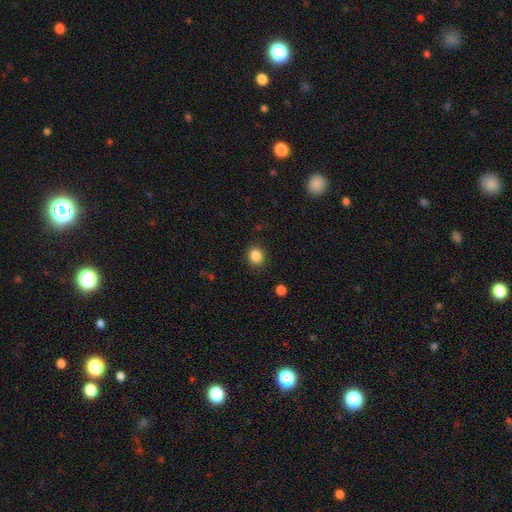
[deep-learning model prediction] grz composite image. It shows a smooth galaxy with no disk features (86%) that is round (68%). Merging: none (87%).